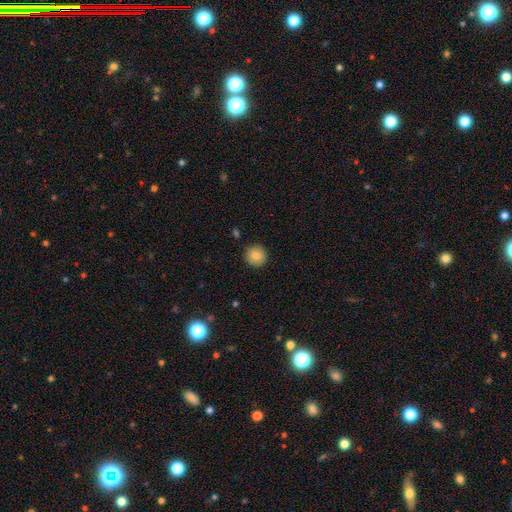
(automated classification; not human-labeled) Smooth or featured?
  - smooth: 84% *
  - star or artifact: 9%
  - featured or disk: 7%
How rounded?
  - round: 95% *
  - in between: 4%
  - cigar-shaped: 1%
Merging?
  - none: 90% *
  - minor disturbance: 7%
  - major disturbance: 2%
  - merger: 1%